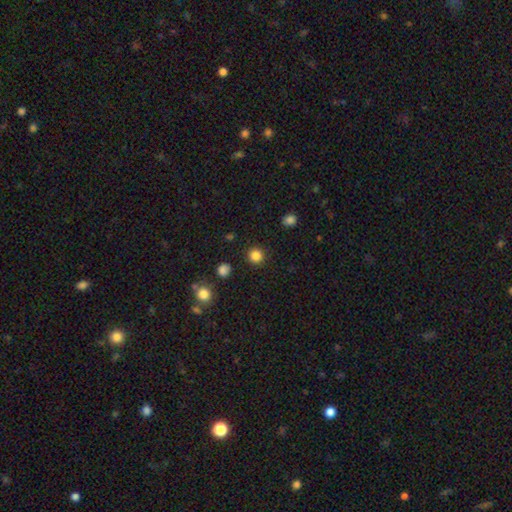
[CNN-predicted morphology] The model was most divided on "smooth or featured": smooth: 85%, star or artifact: 12%, featured or disk: 3%. More confident: how rounded — round (94%); merging — none (91%).